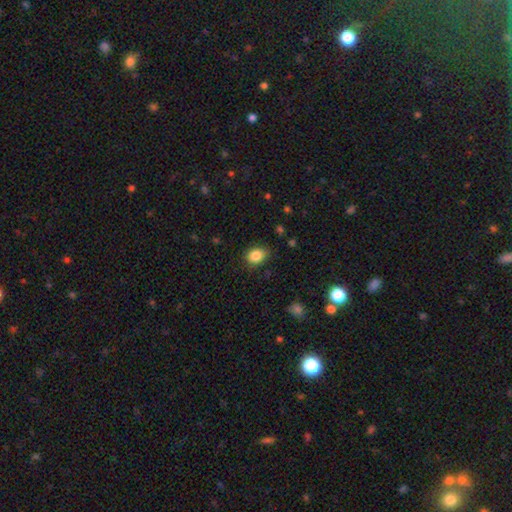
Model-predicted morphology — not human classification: smooth_or_featured: smooth (p=0.85) [alt: star or artifact p=0.09]
how_rounded: in between (p=0.64) [alt: round p=0.36]
merging: none (p=0.82) [alt: minor disturbance p=0.14]